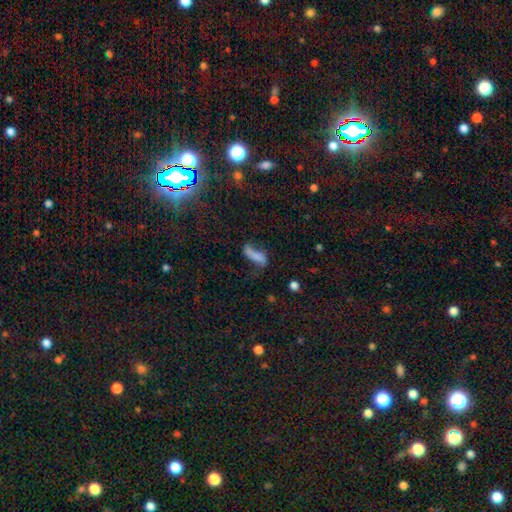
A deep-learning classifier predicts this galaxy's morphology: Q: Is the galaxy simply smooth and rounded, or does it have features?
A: smooth — 52%.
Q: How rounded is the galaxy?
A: in between — 55%.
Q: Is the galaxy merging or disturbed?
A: none — 38%.